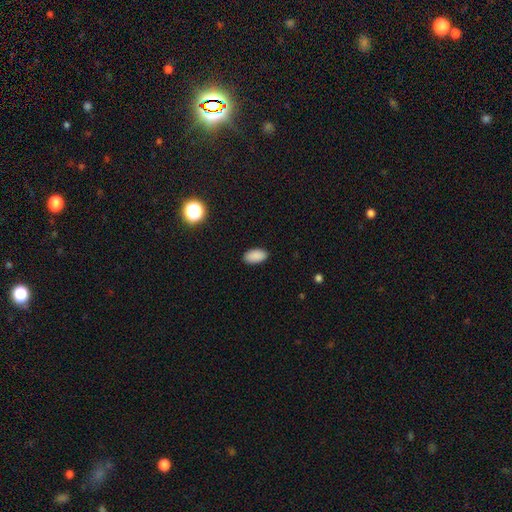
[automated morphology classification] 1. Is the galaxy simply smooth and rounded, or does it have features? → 88% smooth, 9% star or artifact, 3% featured or disk.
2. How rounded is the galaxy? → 94% in between, 4% round, 2% cigar-shaped.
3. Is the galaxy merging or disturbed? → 87% none, 9% minor disturbance, 2% major disturbance, 1% merger.